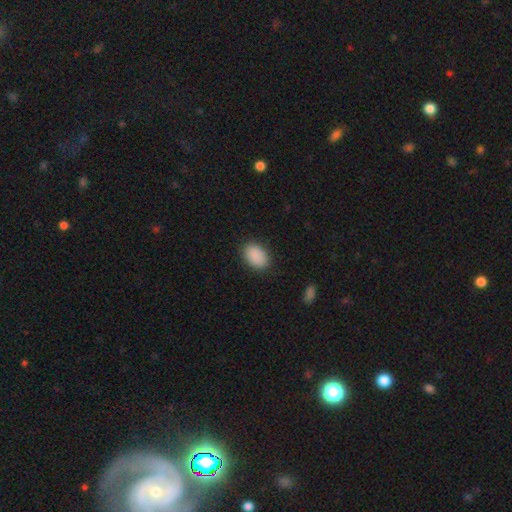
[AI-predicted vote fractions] smooth-or-featured: smooth: 90% | star or artifact: 7% | featured or disk: 3%
  how-rounded: in between: 86% | round: 13% | cigar-shaped: 1%
  merging: none: 87% | minor disturbance: 9% | major disturbance: 2% | merger: 1%